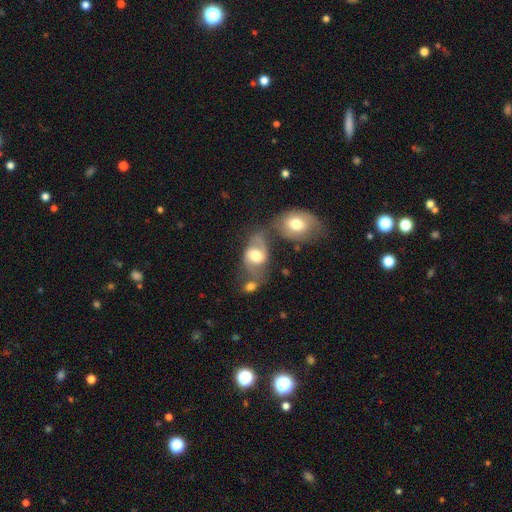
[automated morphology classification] smooth-or-featured: featured or disk: 56% | smooth: 36% | star or artifact: 8%
  disk-edge-on: no: 96% | yes: 4%
    bar: no: 49% | weak: 39% | strong: 12%
    has-spiral-arms: yes: 76% | no: 24%
    bulge-size: moderate: 53% | large: 34% | small: 7% | dominant: 3% | none: 2%
  merging: none: 40% | merger: 28% | minor disturbance: 18% | major disturbance: 13%